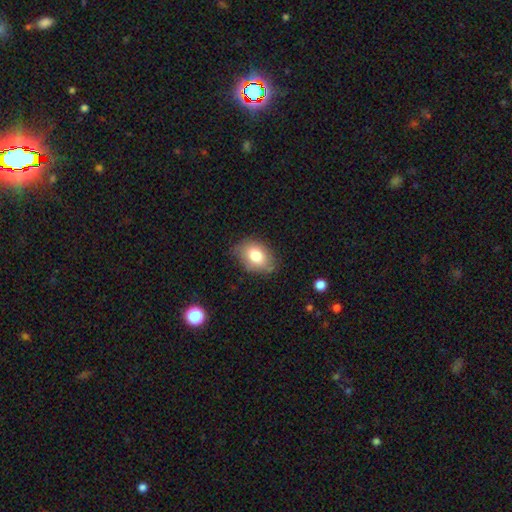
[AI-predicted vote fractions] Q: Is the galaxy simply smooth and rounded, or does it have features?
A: smooth — 78%.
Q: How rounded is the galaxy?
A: in between — 80%.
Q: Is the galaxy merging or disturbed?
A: none — 73%.